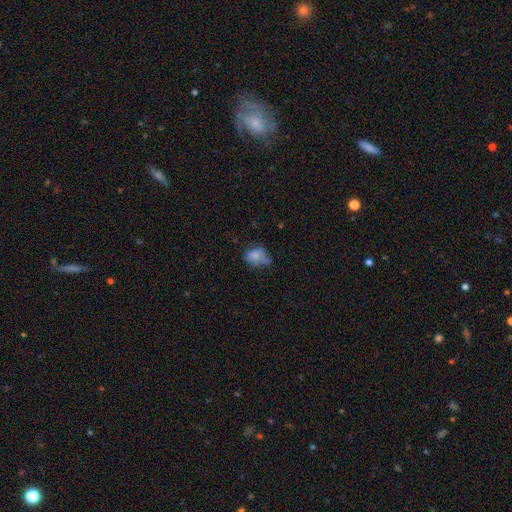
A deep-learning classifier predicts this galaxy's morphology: smooth_or_featured: smooth (p=0.72) [alt: featured or disk p=0.17]
how_rounded: in between (p=0.62) [alt: round p=0.36]
merging: none (p=0.39) [alt: minor disturbance p=0.35]